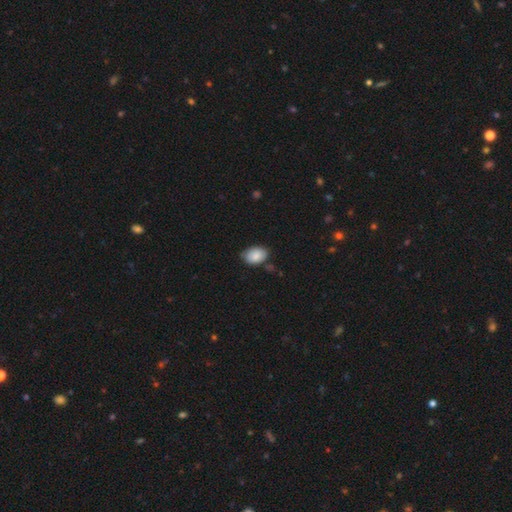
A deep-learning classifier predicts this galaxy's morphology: Smooth or featured: smooth — 86% (featured or disk — 8%)
How rounded: in between — 85% (round — 14%)
Merging: none — 71% (minor disturbance — 22%)